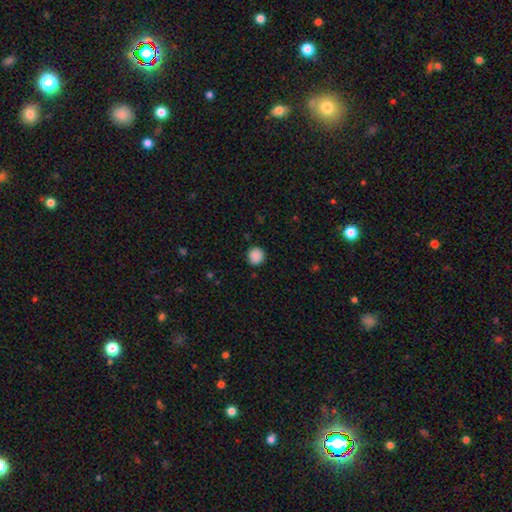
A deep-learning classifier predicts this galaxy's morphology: Smooth or featured: smooth — 89% (star or artifact — 9%)
How rounded: round — 91% (in between — 8%)
Merging: none — 88% (minor disturbance — 9%)